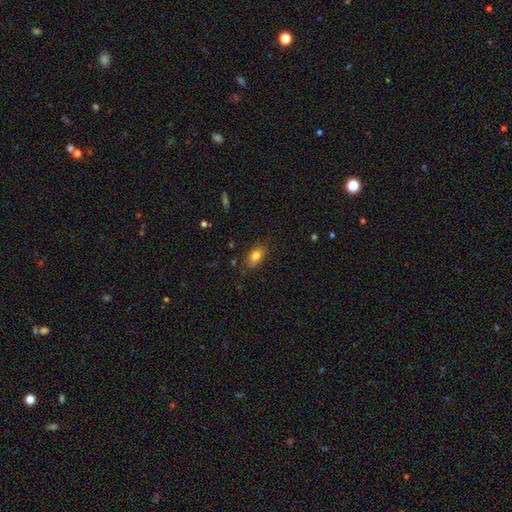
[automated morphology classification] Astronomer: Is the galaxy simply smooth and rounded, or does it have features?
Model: smooth — 79%.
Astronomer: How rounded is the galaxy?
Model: in between — 85%.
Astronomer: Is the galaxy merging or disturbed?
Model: none — 76%.